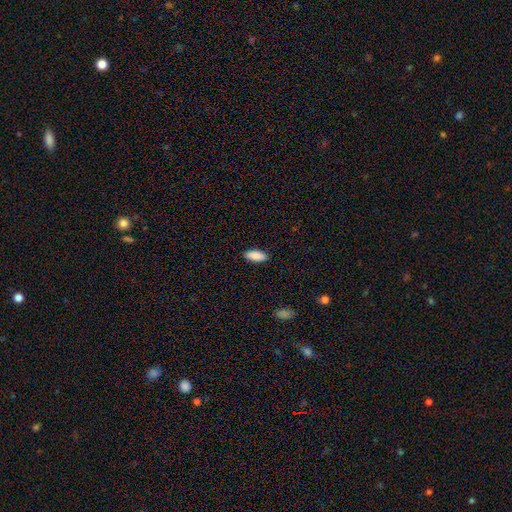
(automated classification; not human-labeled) A smooth galaxy with no disk features (89%) that is in between round and cigar-shaped (81%). Merging: none (89%).